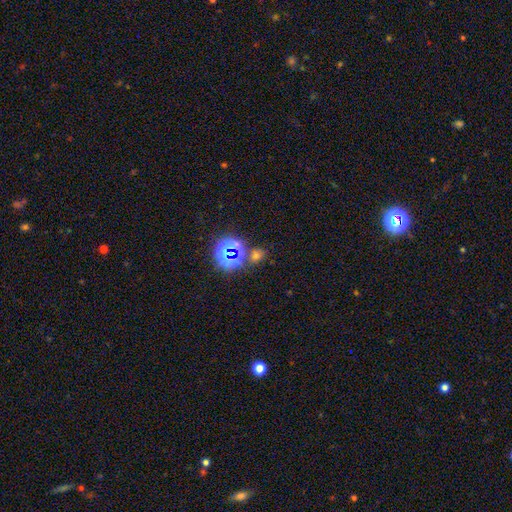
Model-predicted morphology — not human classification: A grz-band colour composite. It shows a smooth galaxy with no disk features (50%) that is round (64%). Merging: none (75%).